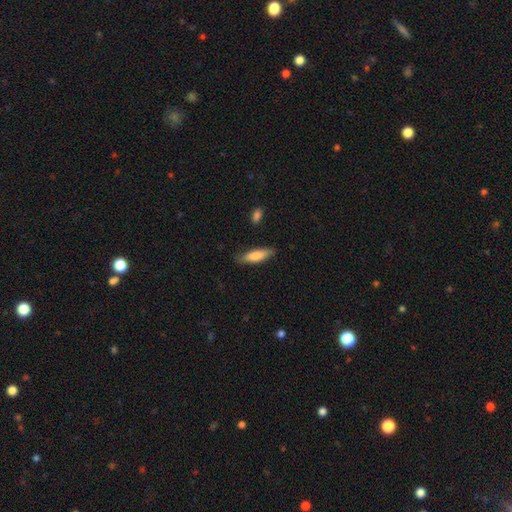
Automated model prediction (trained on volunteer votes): Q: Smooth or featured?
A: smooth (80%); runner-up: featured or disk (14%)
Q: How rounded?
A: cigar-shaped (52%); runner-up: in between (46%)
Q: Merging?
A: none (81%); runner-up: minor disturbance (15%)